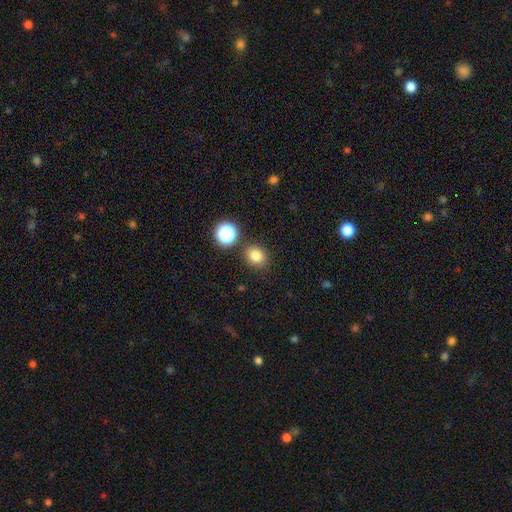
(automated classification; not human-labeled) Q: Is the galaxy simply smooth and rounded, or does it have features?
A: smooth — 80%.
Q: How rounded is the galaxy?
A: round — 70%.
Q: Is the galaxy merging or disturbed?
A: none — 83%.